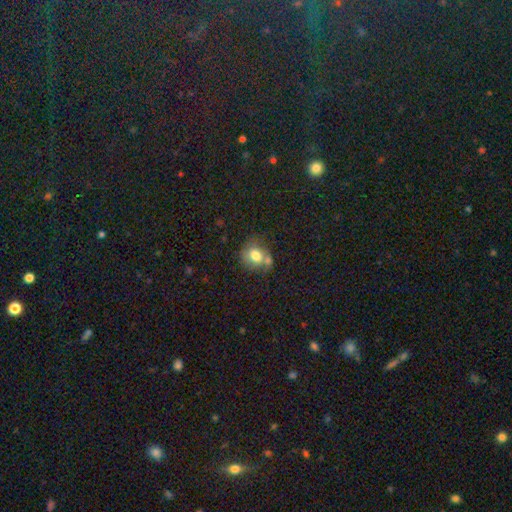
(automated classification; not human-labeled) This is likely a smooth galaxy (74%). How rounded: likely round (65%). Merging: marginally none (44%).